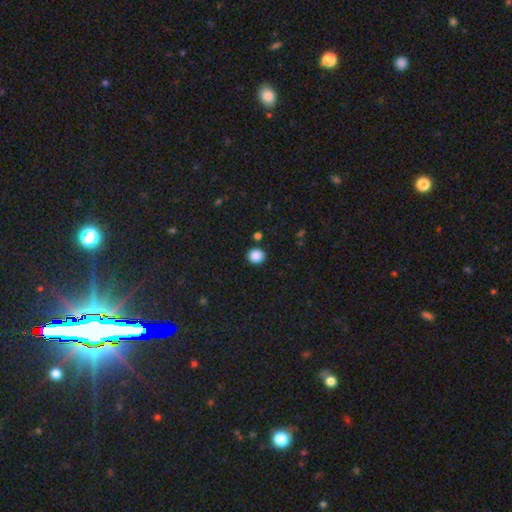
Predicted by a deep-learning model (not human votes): A smooth galaxy with no disk features (87%) that is round (90%). Merging: none (90%).